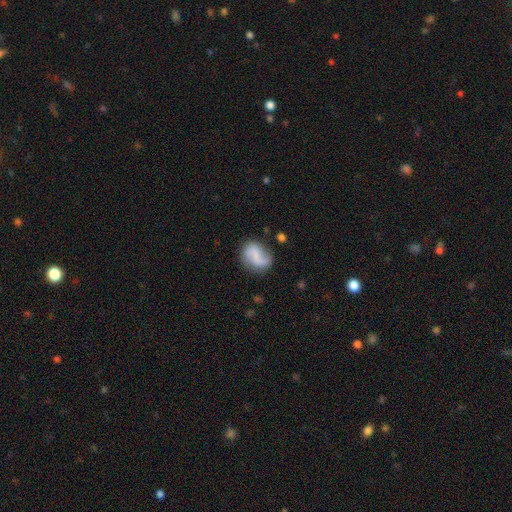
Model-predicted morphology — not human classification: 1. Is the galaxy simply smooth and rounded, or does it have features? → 47% featured or disk, 45% smooth, 8% star or artifact.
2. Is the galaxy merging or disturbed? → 66% none, 21% minor disturbance, 9% major disturbance, 4% merger.